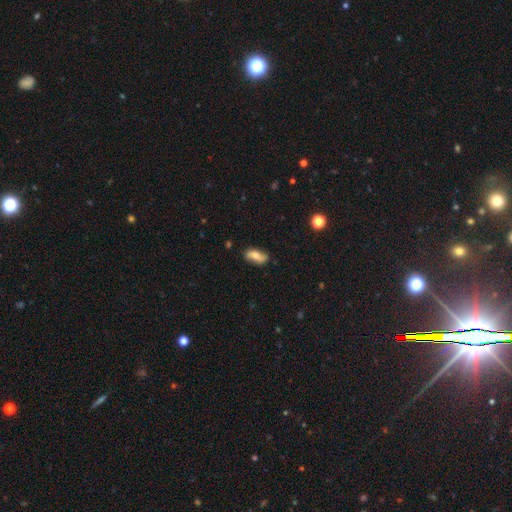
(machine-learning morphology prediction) Overall: smooth (60%; featured or disk 32%). How rounded: in between (81%). Merging: none (79%).